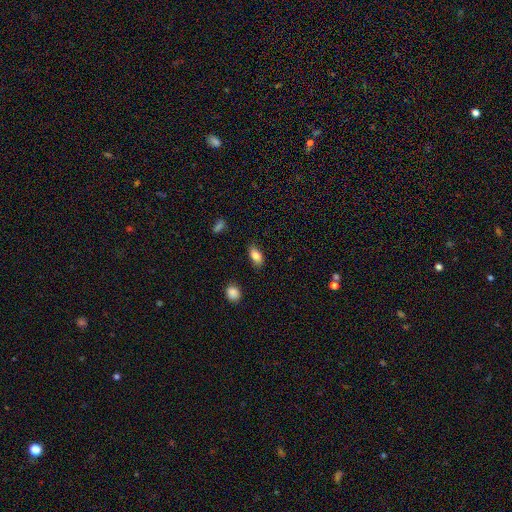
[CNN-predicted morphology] The model was most divided on "merging": none: 80%, minor disturbance: 15%, major disturbance: 3%, merger: 1%. More confident: how rounded — in between (88%); smooth or featured — smooth (84%).